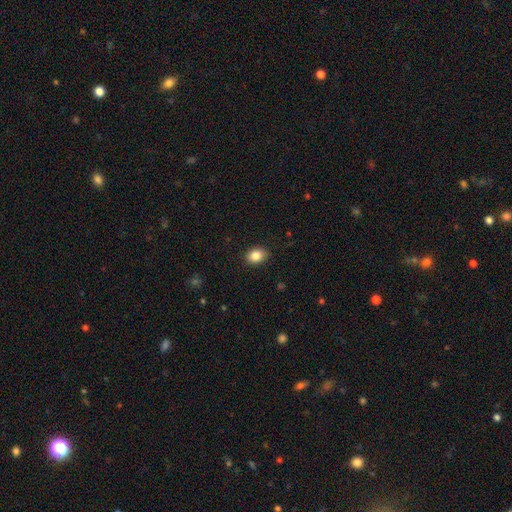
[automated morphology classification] This appears to be a smooth galaxy with no disk features (86%) that is in between round and cigar-shaped (61%). Merging: none (89%).